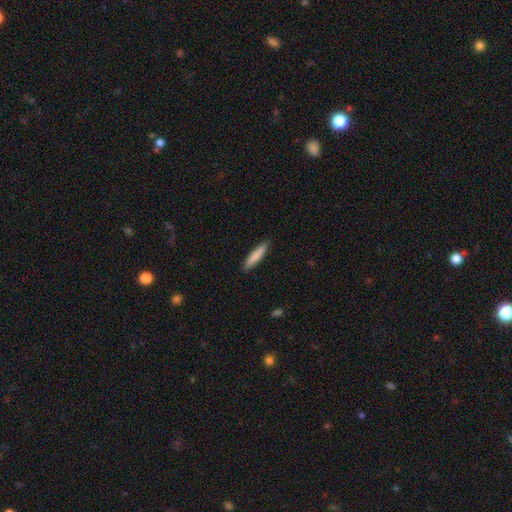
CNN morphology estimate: Smooth or featured?
  - smooth: 82% *
  - featured or disk: 13%
  - star or artifact: 5%
How rounded?
  - cigar-shaped: 83% *
  - in between: 15%
  - round: 1%
Merging?
  - none: 89% *
  - minor disturbance: 8%
  - major disturbance: 2%
  - merger: 1%